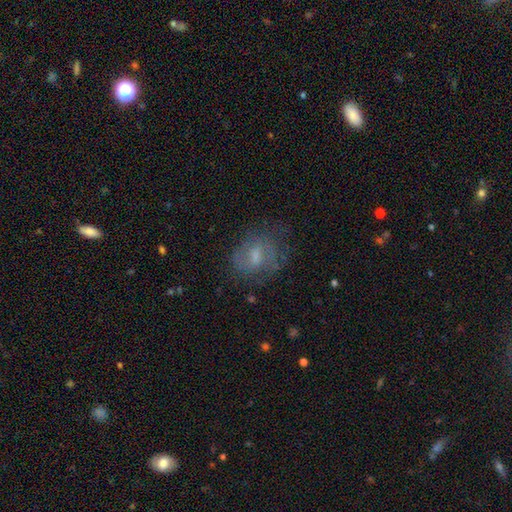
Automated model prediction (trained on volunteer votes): smooth-or-featured: featured or disk: 49% | smooth: 40% | star or artifact: 12%
  merging: none: 60% | minor disturbance: 22% | major disturbance: 16% | merger: 2%